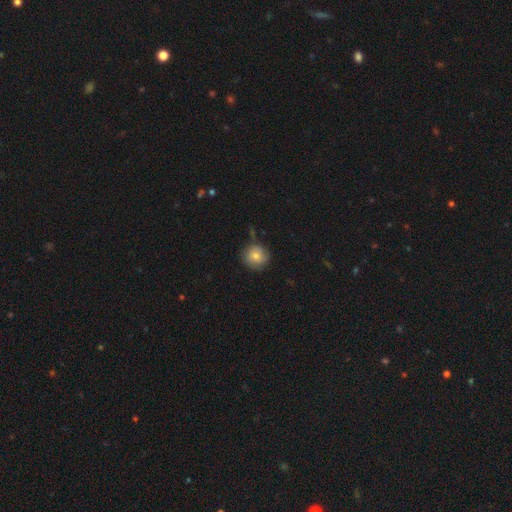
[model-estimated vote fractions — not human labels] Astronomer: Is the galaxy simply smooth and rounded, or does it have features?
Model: smooth — 80%.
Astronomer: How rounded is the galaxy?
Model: round — 92%.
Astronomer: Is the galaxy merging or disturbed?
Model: none — 78%.